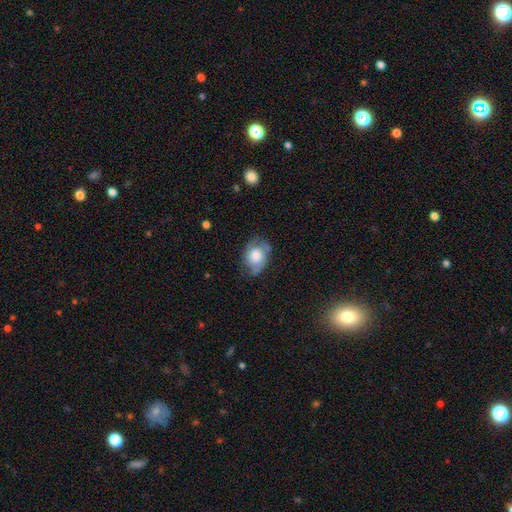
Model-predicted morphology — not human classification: Smooth or featured?
  - smooth: 53% *
  - featured or disk: 39%
  - star or artifact: 7%
How rounded?
  - in between: 70% *
  - round: 28%
  - cigar-shaped: 1%
Merging?
  - none: 60% *
  - minor disturbance: 28%
  - major disturbance: 10%
  - merger: 2%